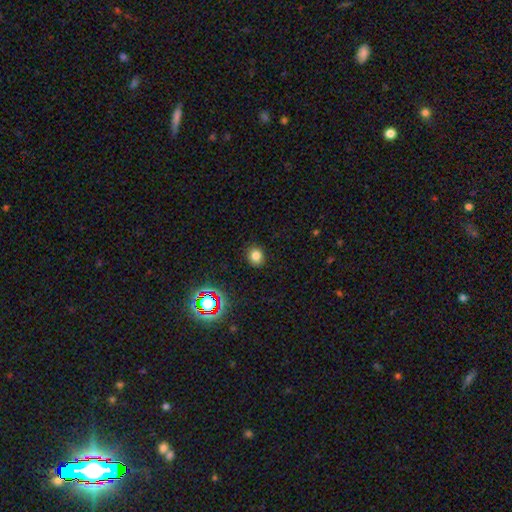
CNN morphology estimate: Smooth or featured: smooth — 78% (star or artifact — 16%)
How rounded: round — 72% (in between — 27%)
Merging: none — 88% (minor disturbance — 8%)